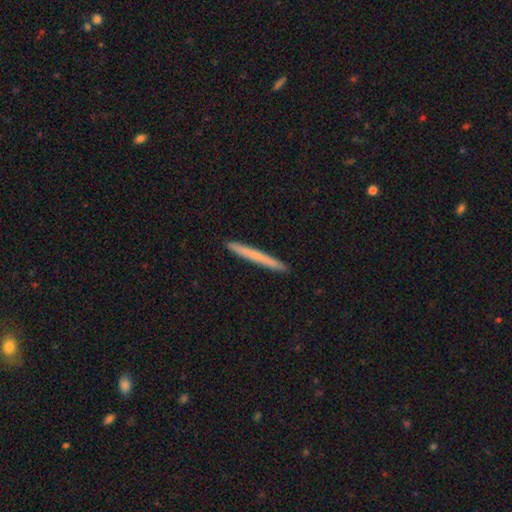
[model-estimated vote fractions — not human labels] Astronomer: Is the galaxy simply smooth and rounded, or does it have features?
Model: smooth — 63%.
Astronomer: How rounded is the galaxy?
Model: cigar-shaped — 97%.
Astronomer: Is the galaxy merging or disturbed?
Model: none — 93%.